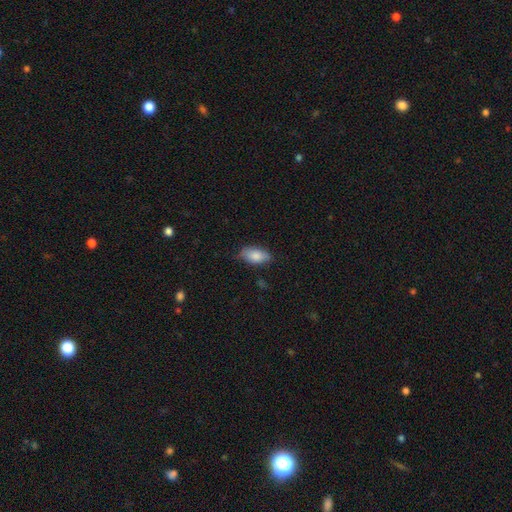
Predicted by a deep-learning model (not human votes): smooth_or_featured: smooth (p=0.83) [alt: featured or disk p=0.11]
how_rounded: in between (p=0.91) [alt: cigar-shaped p=0.06]
merging: none (p=0.77) [alt: minor disturbance p=0.18]